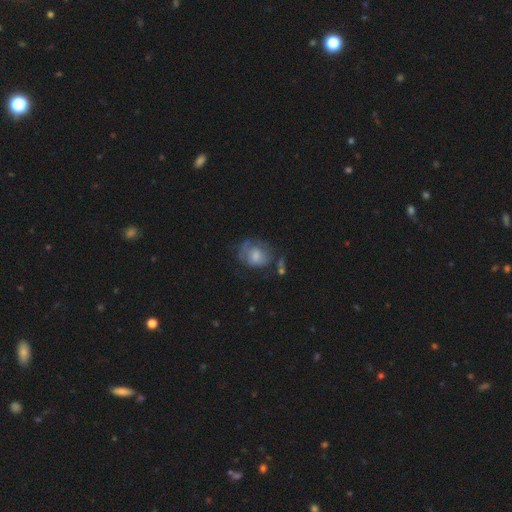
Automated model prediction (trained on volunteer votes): A smooth galaxy with no disk features (49%).

Vote fractions:
- Smooth or featured? smooth: 49% / featured or disk: 41% / star or artifact: 10%
- Merging? none: 46% / minor disturbance: 27% / major disturbance: 22% / merger: 6%